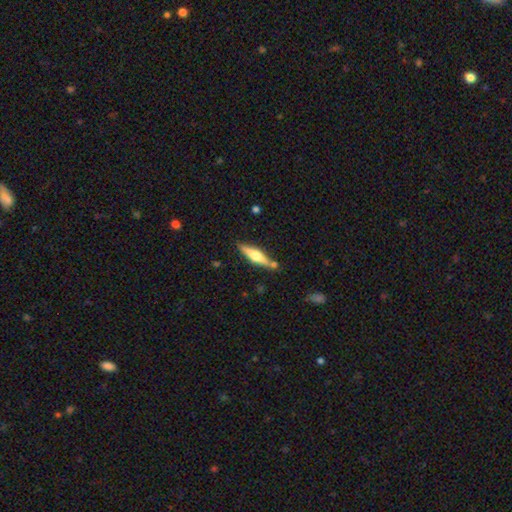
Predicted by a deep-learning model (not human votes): A featured or disk galaxy (56%) viewed edge-on (95%) with a rounded central bulge (90%).

Vote fractions:
- Smooth or featured? featured or disk: 56% / smooth: 38% / star or artifact: 6%
- Edge-on disk? yes: 95% / no: 5%
- Edge-on bulge? rounded: 90% / boxy: 6% / none: 4%
- Merging? none: 80% / minor disturbance: 12% / merger: 6% / major disturbance: 2%